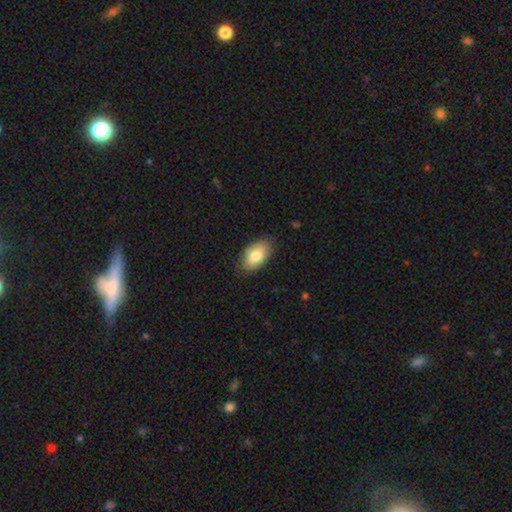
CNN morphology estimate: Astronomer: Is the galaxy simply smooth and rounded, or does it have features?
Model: smooth — 81%.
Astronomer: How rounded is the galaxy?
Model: in between — 93%.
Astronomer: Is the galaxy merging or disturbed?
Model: none — 82%.